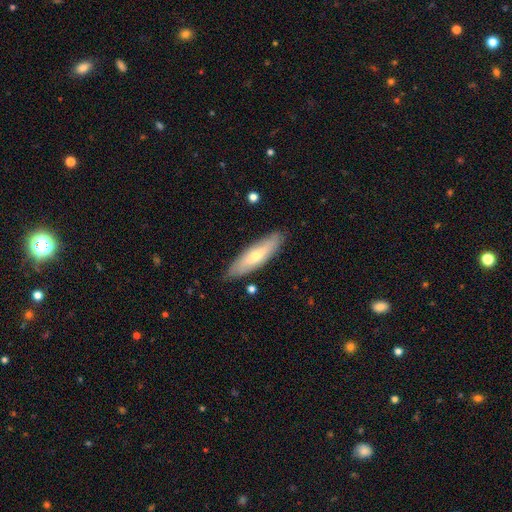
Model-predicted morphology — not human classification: Overall: smooth (52%; featured or disk 42%). How rounded: cigar-shaped (58%; in between 40%). Merging: none (85%).